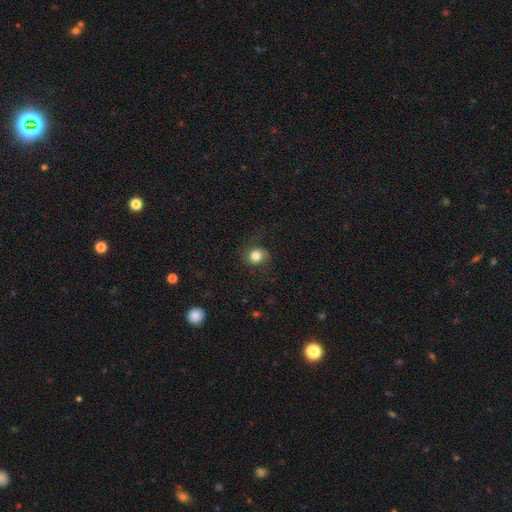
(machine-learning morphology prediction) A smooth galaxy with no disk features (80%) that is round (77%).

Vote fractions:
- Smooth or featured? smooth: 80% / star or artifact: 10% / featured or disk: 10%
- How rounded? round: 77% / in between: 22% / cigar-shaped: 1%
- Merging? none: 72% / minor disturbance: 17% / major disturbance: 9% / merger: 1%